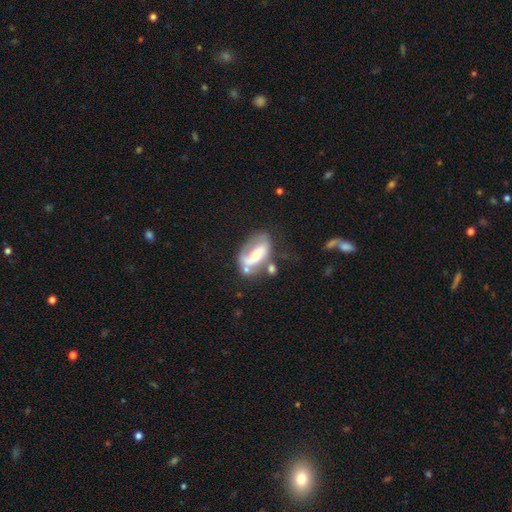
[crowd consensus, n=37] Morphology: type=featured or disk (62%); edge-on=no (100%); bar=no (52%); spiral arms=yes (78%); winding=loose (56%); arm count=1 (44%); bulge=moderate (57%); merging=none (38%).